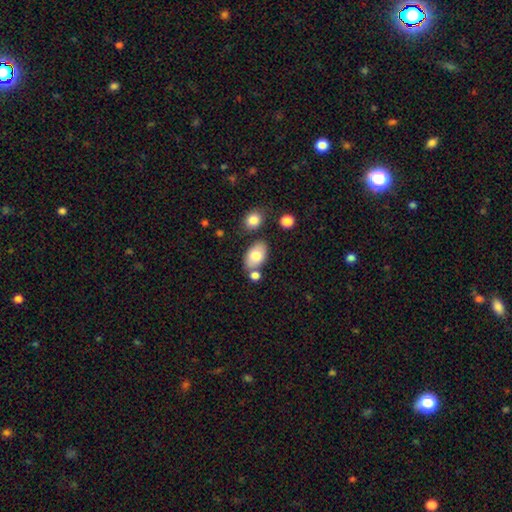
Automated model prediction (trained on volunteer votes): The model was most divided on "merging": none: 68%, merger: 15%, minor disturbance: 14%, major disturbance: 4%. More confident: how rounded — in between (90%); smooth or featured — smooth (78%).